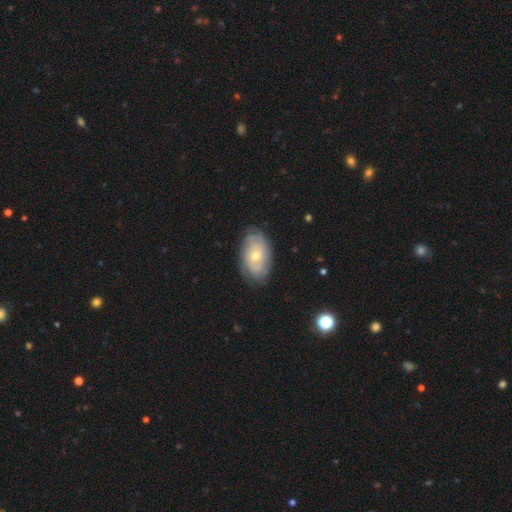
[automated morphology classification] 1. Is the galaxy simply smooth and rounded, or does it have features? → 63% featured or disk, 31% smooth, 7% star or artifact.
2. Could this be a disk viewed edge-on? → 94% no, 6% yes.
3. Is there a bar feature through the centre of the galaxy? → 75% no, 21% weak, 4% strong.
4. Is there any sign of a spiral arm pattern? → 78% yes, 22% no.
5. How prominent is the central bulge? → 51% moderate, 44% small, 2% large, 1% none, 1% dominant.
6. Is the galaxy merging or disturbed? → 77% none, 17% minor disturbance, 5% major disturbance, 1% merger.